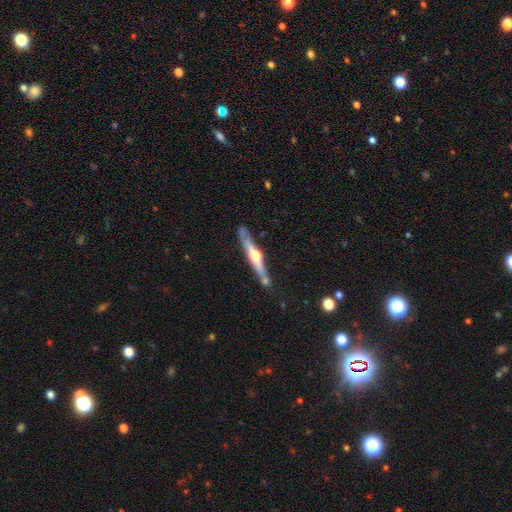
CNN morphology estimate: A featured or disk galaxy (70%) viewed edge-on (94%) with a rounded central bulge (91%).

Vote fractions:
- Smooth or featured? featured or disk: 70% / smooth: 25% / star or artifact: 6%
- Edge-on disk? yes: 94% / no: 6%
- Edge-on bulge? rounded: 91% / none: 6% / boxy: 3%
- Merging? none: 71% / minor disturbance: 16% / merger: 9% / major disturbance: 4%